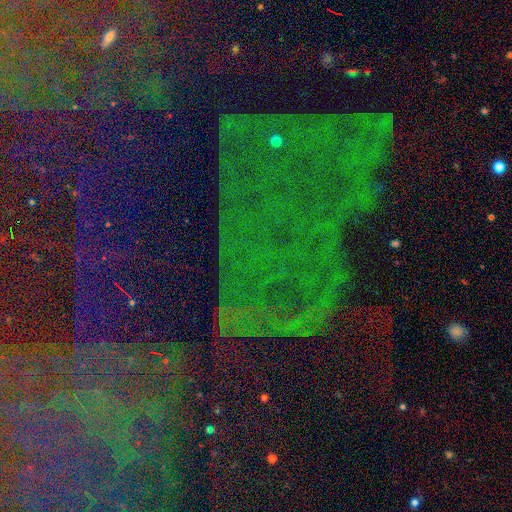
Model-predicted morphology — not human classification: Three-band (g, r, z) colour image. It shows a star or artifact, not a galaxy (84%).